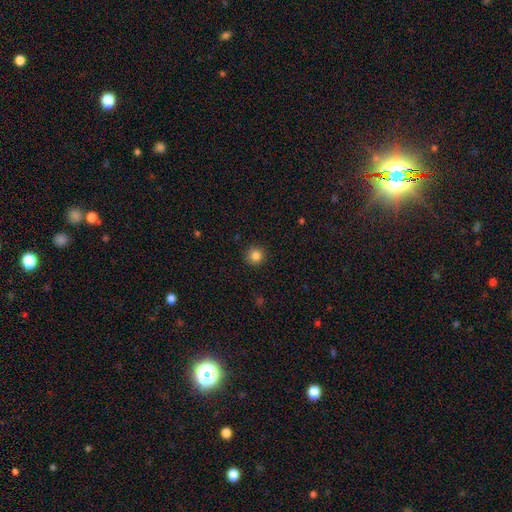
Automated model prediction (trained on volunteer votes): smooth-or-featured: smooth: 84% | star or artifact: 11% | featured or disk: 5%
  how-rounded: round: 93% | in between: 6% | cigar-shaped: 1%
  merging: none: 91% | minor disturbance: 7% | major disturbance: 2% | merger: 1%